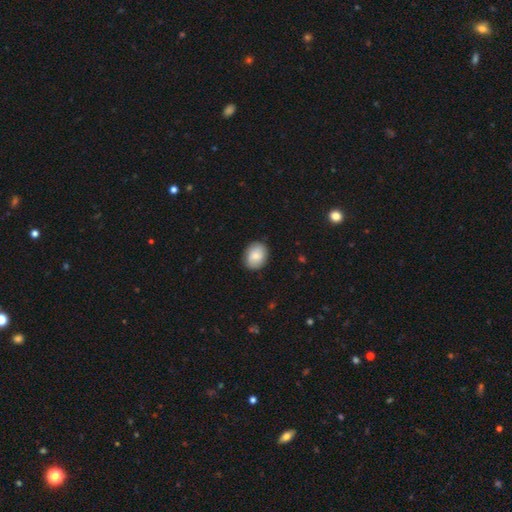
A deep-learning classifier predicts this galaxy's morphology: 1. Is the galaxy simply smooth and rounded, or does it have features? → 78% smooth, 15% featured or disk, 7% star or artifact.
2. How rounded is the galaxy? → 54% in between, 45% round, 1% cigar-shaped.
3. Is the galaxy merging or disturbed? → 86% none, 11% minor disturbance, 2% major disturbance, 1% merger.